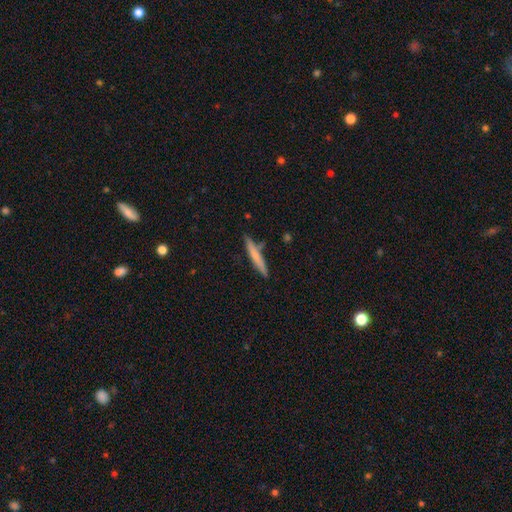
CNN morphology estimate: Smooth or featured: smooth — 66% (featured or disk — 28%)
How rounded: cigar-shaped — 95% (in between — 4%)
Merging: none — 83% (minor disturbance — 11%)